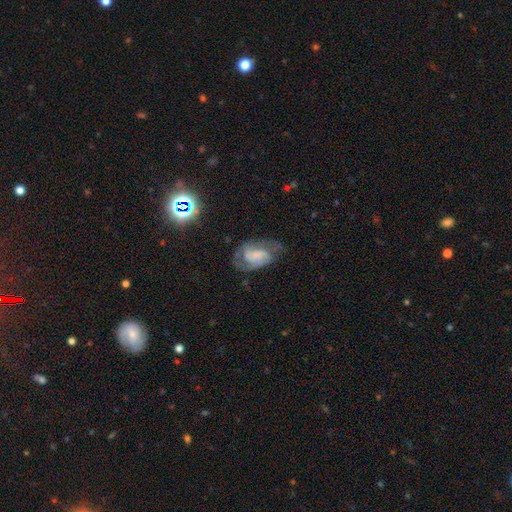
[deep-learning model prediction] This appears to be a featured or disk galaxy (65%) with no bar (60%), 2 (54%) medium (45%) spiral arms (83%) and no central bulge (49%). Merging: none (47%).